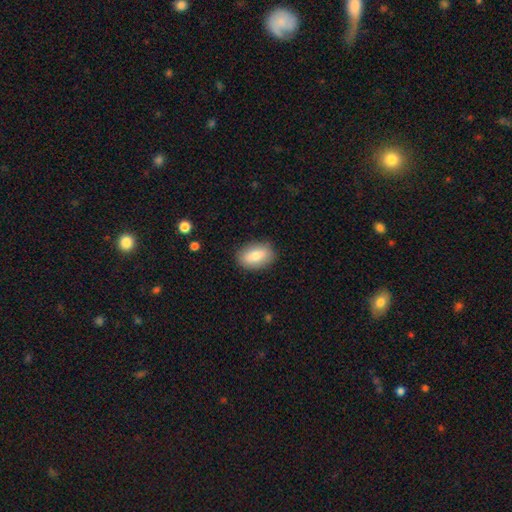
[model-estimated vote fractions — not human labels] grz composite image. It shows a smooth galaxy with no disk features (79%) that is in between round and cigar-shaped (88%). Merging: none (86%).